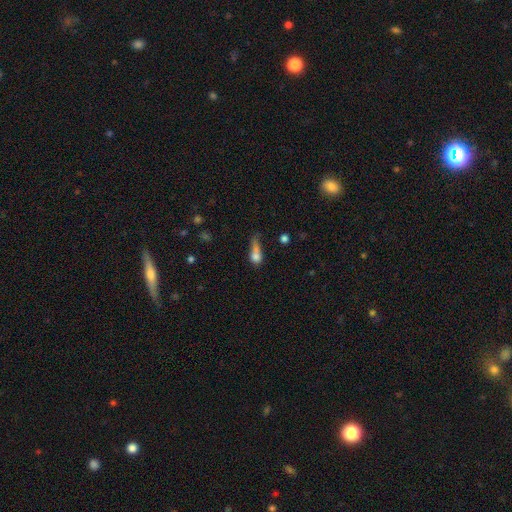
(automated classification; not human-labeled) This appears to be a smooth galaxy with no disk features (68%) that is in between round and cigar-shaped (47%). Merging: major disturbance (32%).